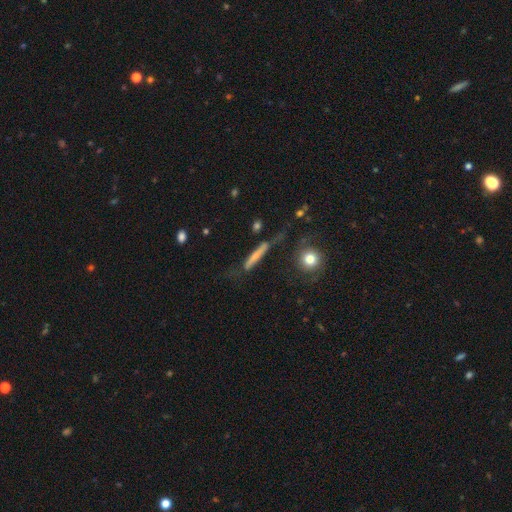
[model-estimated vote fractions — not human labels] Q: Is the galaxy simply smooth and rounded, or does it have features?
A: smooth — 51%.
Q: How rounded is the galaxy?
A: cigar-shaped — 89%.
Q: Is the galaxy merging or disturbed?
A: none — 63%.